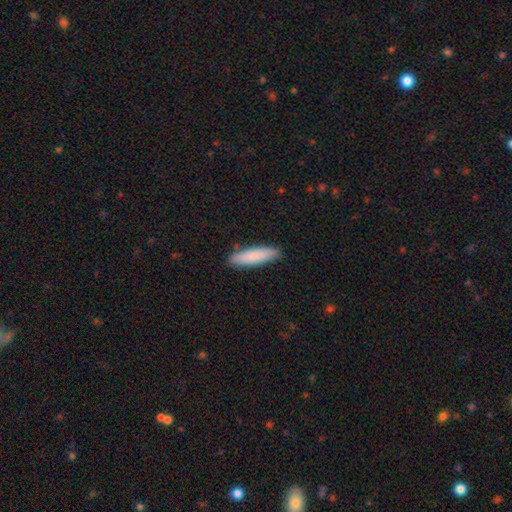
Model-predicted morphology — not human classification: smooth 83%, featured or disk 12%, star or artifact 5%. Down the decision tree: how rounded — cigar-shaped (71%); merging — none (87%).